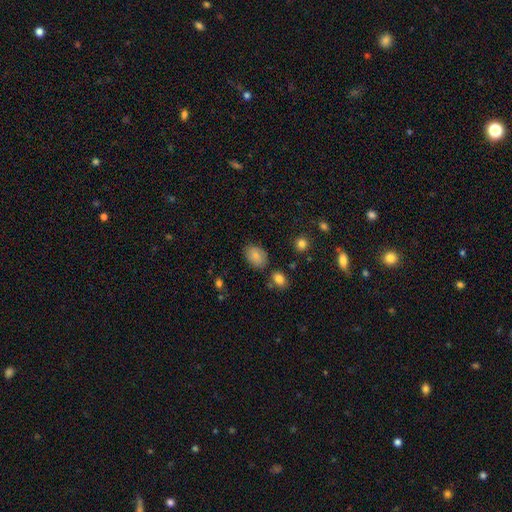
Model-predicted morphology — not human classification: Q: Smooth or featured?
A: smooth (81%); runner-up: featured or disk (10%)
Q: How rounded?
A: in between (78%); runner-up: round (21%)
Q: Merging?
A: none (79%); runner-up: minor disturbance (14%)